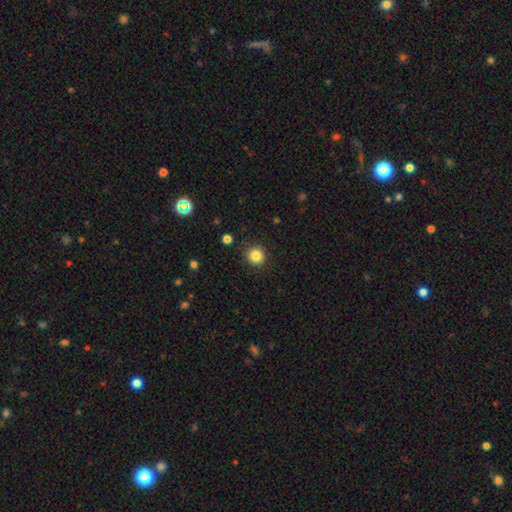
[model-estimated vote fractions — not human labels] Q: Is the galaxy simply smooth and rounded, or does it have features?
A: smooth — 84%.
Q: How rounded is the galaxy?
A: round — 93%.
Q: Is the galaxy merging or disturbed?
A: none — 89%.